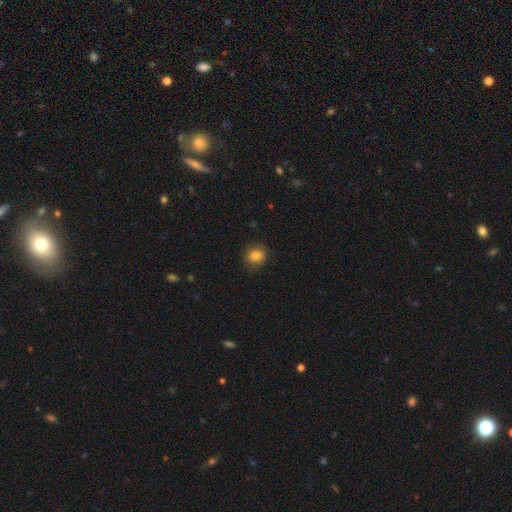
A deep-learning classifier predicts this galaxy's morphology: The model was most divided on "how rounded": round: 82%, in between: 17%, cigar-shaped: 1%. More confident: merging — none (86%); smooth or featured — smooth (84%).